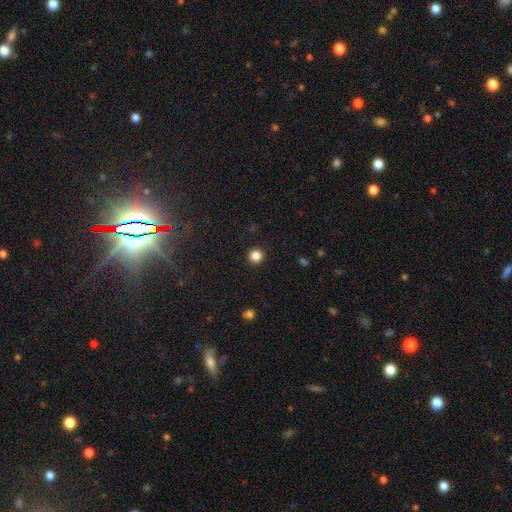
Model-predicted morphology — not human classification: Overall: smooth (85%). How rounded: round (95%). Merging: none (93%).